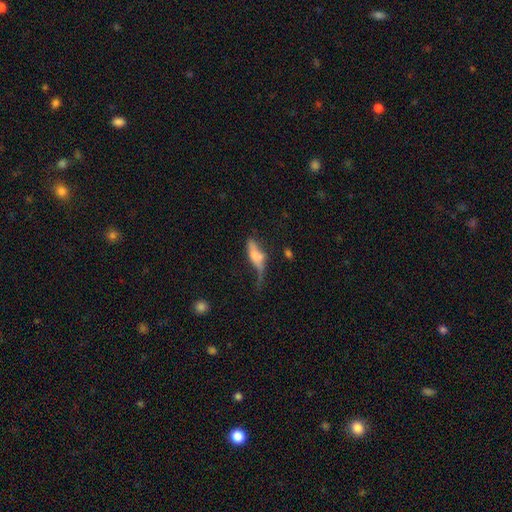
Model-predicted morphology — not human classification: Q: Smooth or featured?
A: smooth (50%); runner-up: featured or disk (40%)
Q: How rounded?
A: cigar-shaped (49%); runner-up: in between (47%)
Q: Merging?
A: major disturbance (33%); runner-up: none (28%)